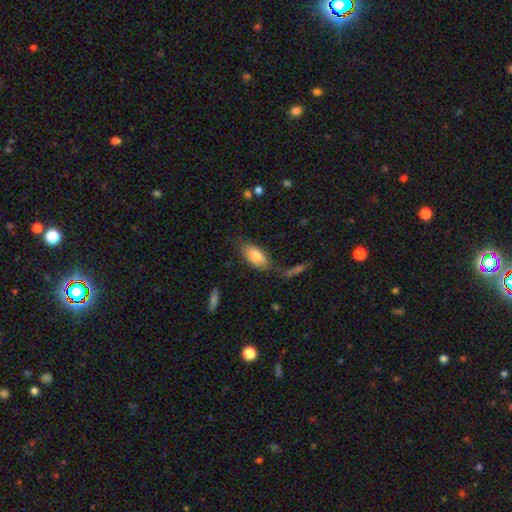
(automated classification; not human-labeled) A smooth galaxy with no disk features (80%) that is in between round and cigar-shaped (88%). Merging: none (64%).